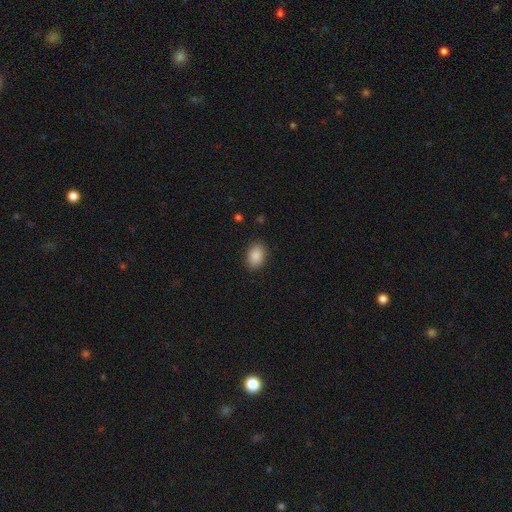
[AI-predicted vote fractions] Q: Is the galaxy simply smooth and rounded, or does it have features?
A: smooth — 88%.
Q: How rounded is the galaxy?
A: in between — 84%.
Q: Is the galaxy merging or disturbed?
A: none — 88%.